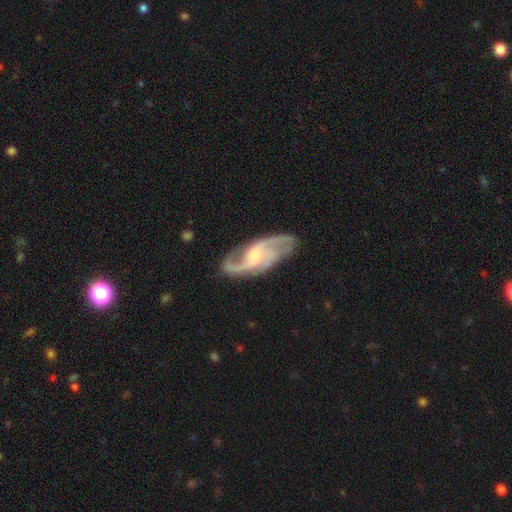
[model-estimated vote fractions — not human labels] smooth_or_featured: featured or disk (p=0.88) [alt: smooth p=0.08]
disk_edge_on: no (p=0.94) [alt: yes p=0.06]
bar: weak (p=0.45) [alt: no p=0.43]
has_spiral_arms: yes (p=0.97) [alt: no p=0.03]
spiral_winding: medium (p=0.51) [alt: loose p=0.32]
spiral_arm_count: 2 (p=0.58) [alt: 3 p=0.24]
bulge_size: moderate (p=0.41) [alt: small p=0.36]
merging: none (p=0.76) [alt: minor disturbance p=0.16]